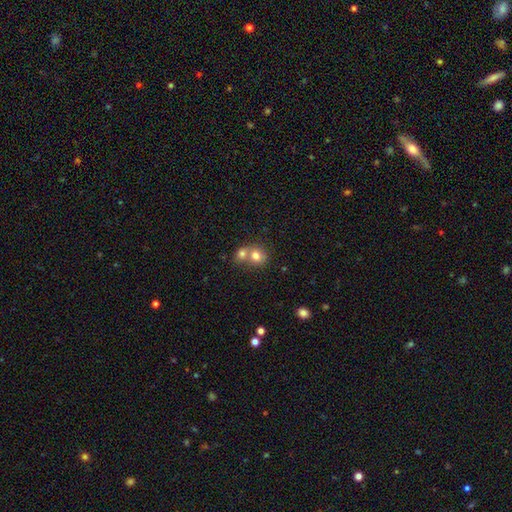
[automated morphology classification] Smooth or featured? smooth (76%)
How rounded? round (76%)
Merging? merger (60%)